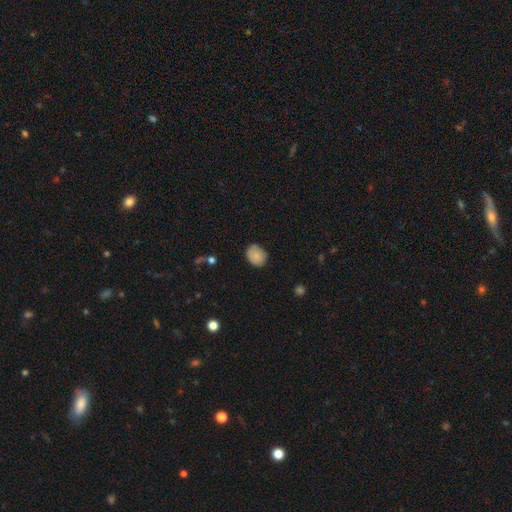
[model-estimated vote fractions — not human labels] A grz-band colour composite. It shows a smooth galaxy with no disk features (84%) that is round (58%). Merging: none (75%).